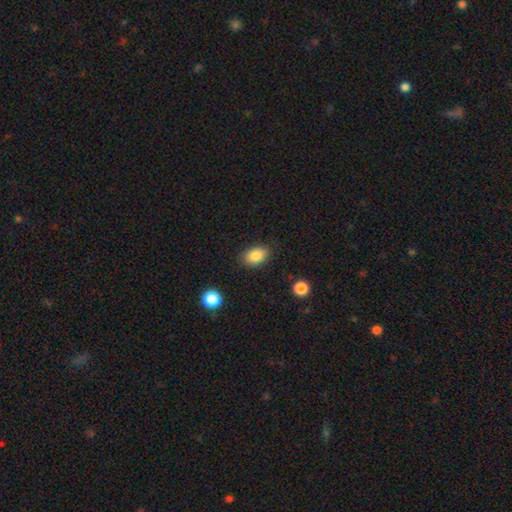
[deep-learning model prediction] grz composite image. It shows a smooth galaxy with no disk features (86%) that is in between round and cigar-shaped (85%). Merging: none (84%).